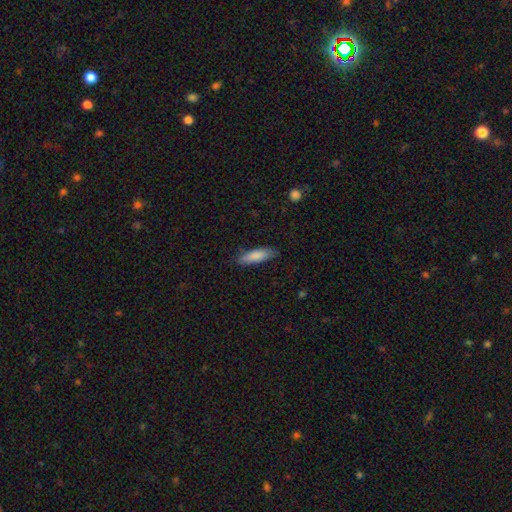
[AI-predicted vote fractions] smooth_or_featured: smooth (p=0.85) [alt: featured or disk p=0.09]
how_rounded: cigar-shaped (p=0.53) [alt: in between p=0.45]
merging: none (p=0.80) [alt: minor disturbance p=0.16]